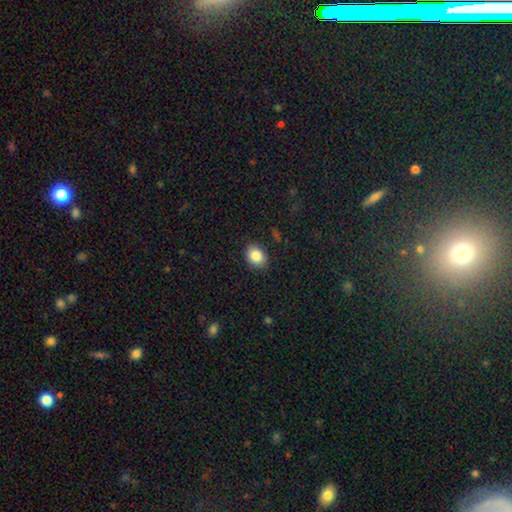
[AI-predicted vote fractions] Smooth or featured? smooth (85%)
How rounded? in between (60%)
Merging? none (87%)